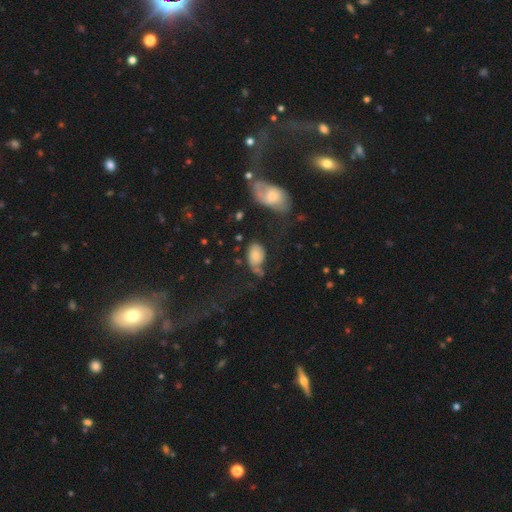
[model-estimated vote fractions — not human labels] Overall: smooth (68%). How rounded: in between (86%). Merging: none (37%; minor disturbance 28%).